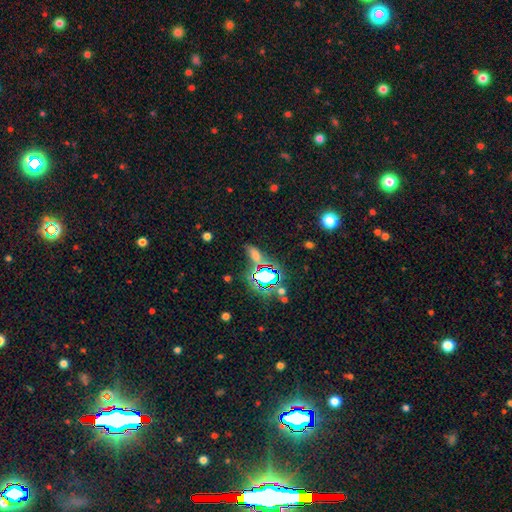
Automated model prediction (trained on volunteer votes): Overall: smooth (46%; star or artifact 40%). Merging: none (63%).